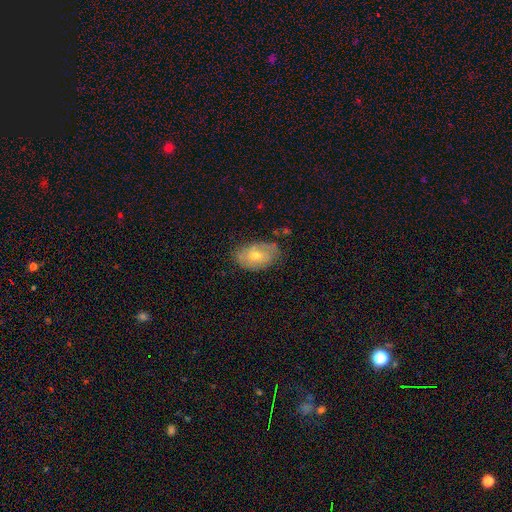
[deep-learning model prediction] This appears to be a featured or disk galaxy (52%). Merging: none (67%).